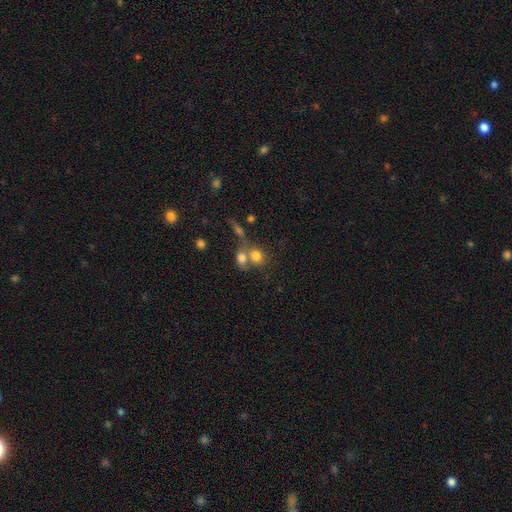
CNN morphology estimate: The model was most divided on "merging": merger: 54%, none: 33%, minor disturbance: 8%, major disturbance: 5%. More confident: smooth or featured — smooth (77%); how rounded — round (61%).